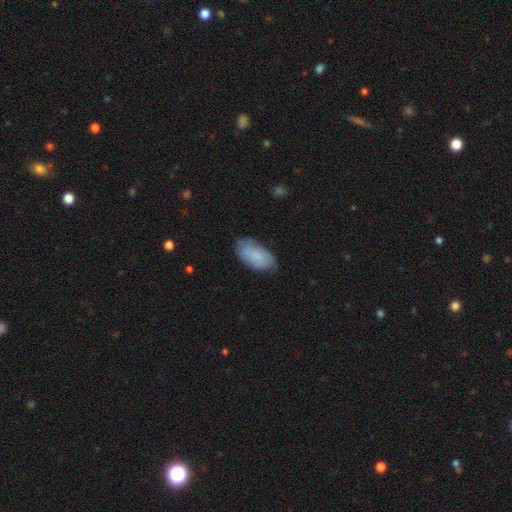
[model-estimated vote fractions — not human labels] Smooth or featured: smooth — 78% (featured or disk — 16%)
How rounded: in between — 94% (cigar-shaped — 3%)
Merging: none — 73% (minor disturbance — 22%)